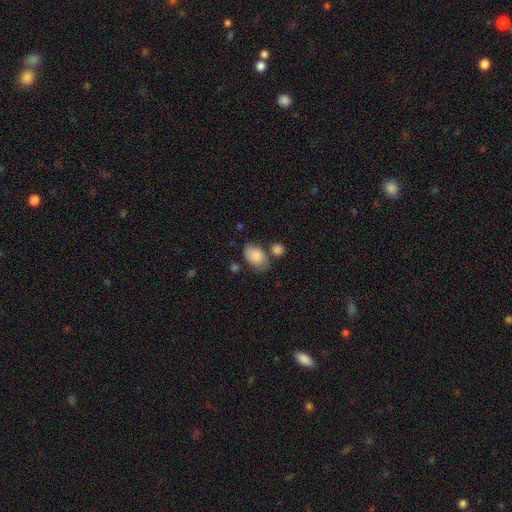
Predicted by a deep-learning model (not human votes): This is clearly a smooth galaxy (82%). How rounded: clearly in between (86%). Merging: possibly none (54%).